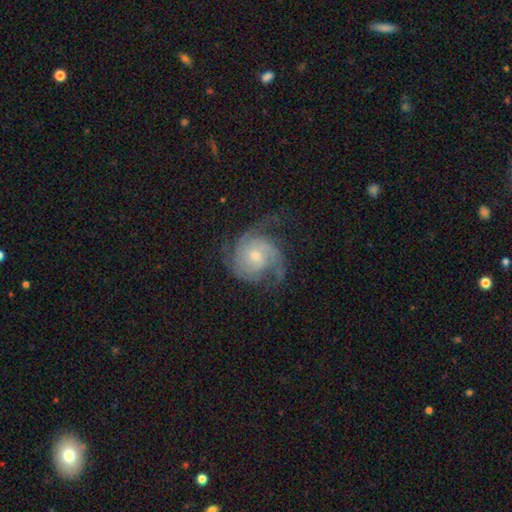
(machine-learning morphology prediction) Smooth or featured? featured or disk (85%)
Edge-on disk? no (98%)
Bar? no (68%)
Spiral arms? yes (96%)
Spiral winding? tight (44%)
Spiral arm count? 2 (39%)
Bulge size? small (60%)
Merging? none (63%)